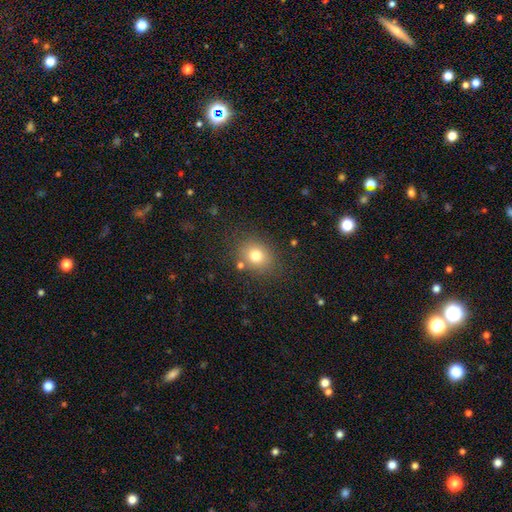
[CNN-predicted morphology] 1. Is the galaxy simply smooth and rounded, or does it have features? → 77% smooth, 13% star or artifact, 10% featured or disk.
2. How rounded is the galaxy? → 66% round, 33% in between, 1% cigar-shaped.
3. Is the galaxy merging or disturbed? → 81% none, 11% minor disturbance, 5% merger, 4% major disturbance.